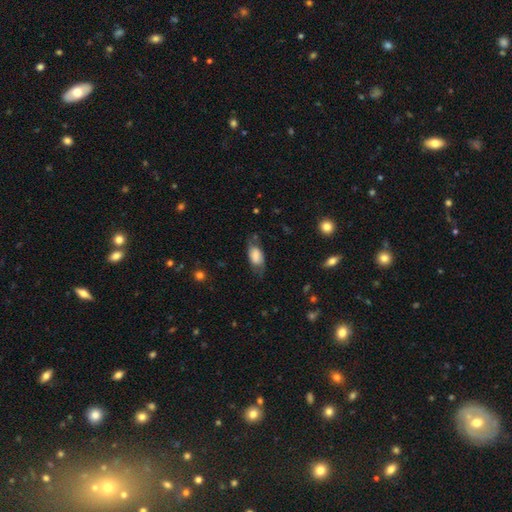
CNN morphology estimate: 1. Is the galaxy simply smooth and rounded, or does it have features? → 66% smooth, 26% featured or disk, 8% star or artifact.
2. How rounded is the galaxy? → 90% in between, 5% round, 5% cigar-shaped.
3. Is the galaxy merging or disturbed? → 59% none, 27% minor disturbance, 12% major disturbance, 2% merger.